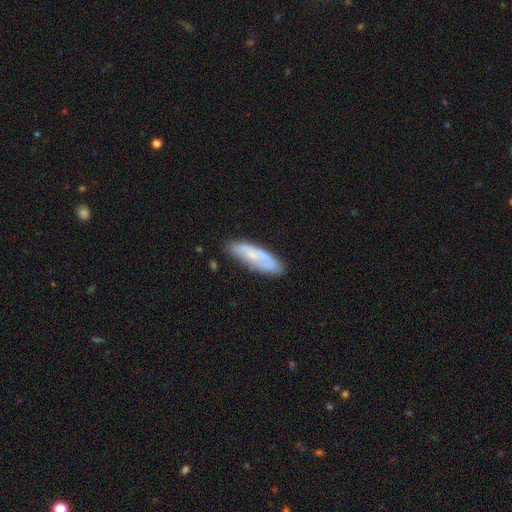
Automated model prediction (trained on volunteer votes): This is possibly a smooth galaxy (51%). How rounded: possibly cigar-shaped (55%). Merging: likely none (72%).